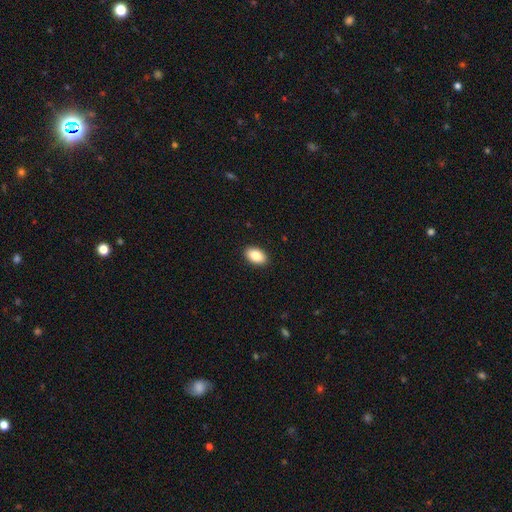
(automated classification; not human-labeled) Smooth or featured? Predicted: smooth (p=0.86). How rounded? Predicted: in between (p=0.92). Merging? Predicted: none (p=0.91).